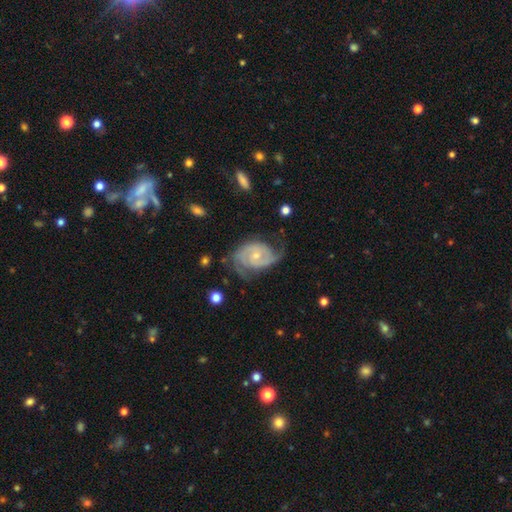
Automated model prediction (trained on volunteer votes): This is clearly a featured or disk galaxy (88%). It is clearly not viewed edge-on (98%). Bar: likely no (63%). Spiral arm pattern: clearly yes (97%). Spiral arm count: likely 2 (74%). Spiral winding: marginally tight (43%). Central bulge: likely small (61%). Merging: likely none (61%).